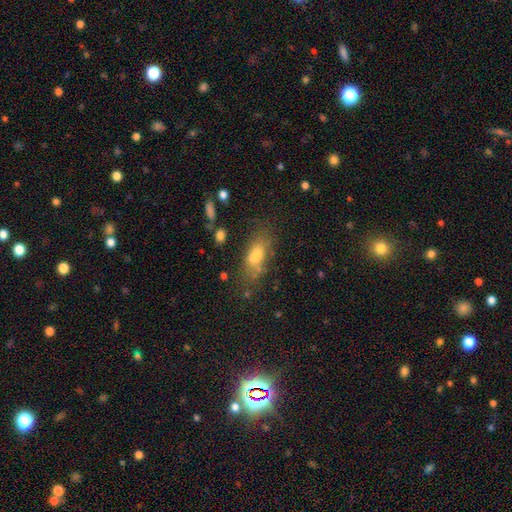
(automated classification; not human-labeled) A smooth galaxy with no disk features (67%) that is in between round and cigar-shaped (72%).

Vote fractions:
- Smooth or featured? smooth: 67% / featured or disk: 21% / star or artifact: 12%
- How rounded? in between: 72% / cigar-shaped: 23% / round: 5%
- Merging? none: 62% / minor disturbance: 20% / major disturbance: 11% / merger: 7%